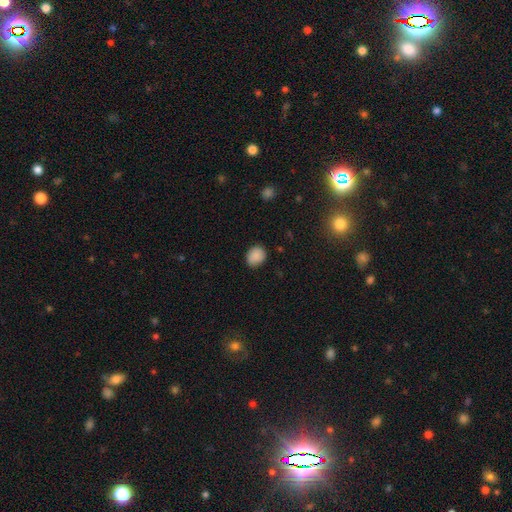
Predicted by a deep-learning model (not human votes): smooth 88%, star or artifact 9%, featured or disk 3%. Down the decision tree: how rounded — round (66%); merging — none (83%).